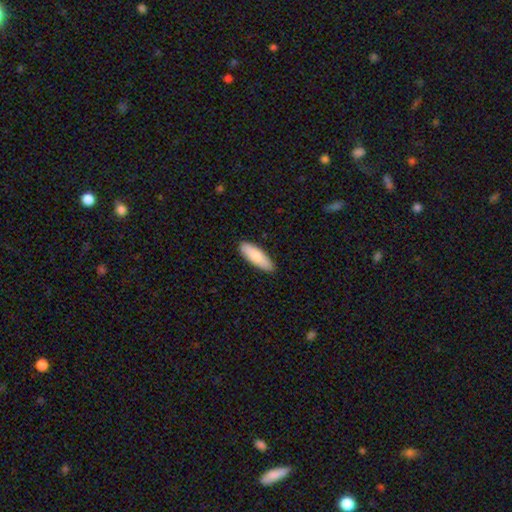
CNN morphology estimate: Smooth or featured?
  - smooth: 84% *
  - featured or disk: 10%
  - star or artifact: 5%
How rounded?
  - in between: 59% *
  - cigar-shaped: 40%
  - round: 2%
Merging?
  - none: 88% *
  - minor disturbance: 9%
  - major disturbance: 2%
  - merger: 1%